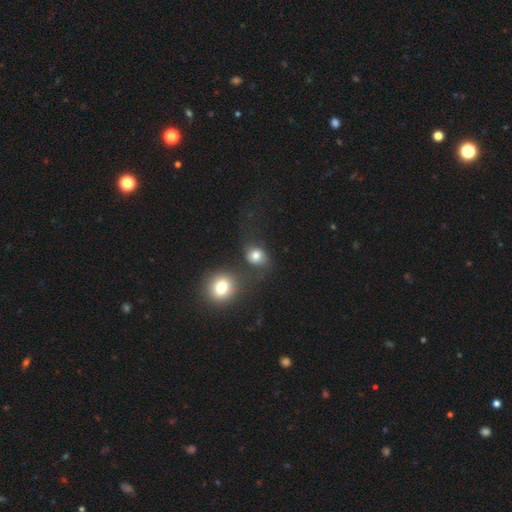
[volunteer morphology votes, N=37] Smooth or featured: smooth — 76% (featured or disk — 19%)
How rounded: round — 75% (in between — 25%)
Merging: none — 46% (merger — 23%)